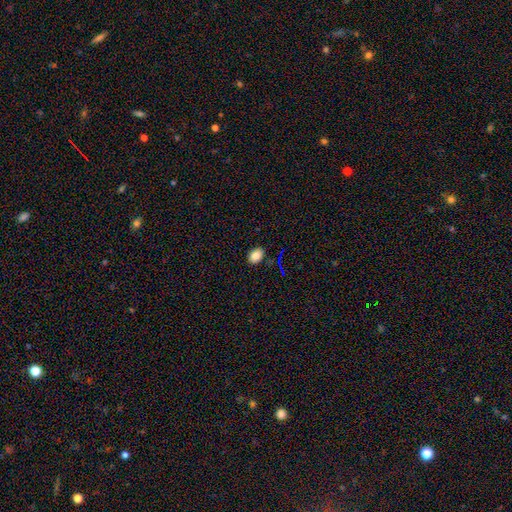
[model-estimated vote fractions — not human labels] Smooth or featured? smooth (83%)
How rounded? in between (76%)
Merging? none (86%)